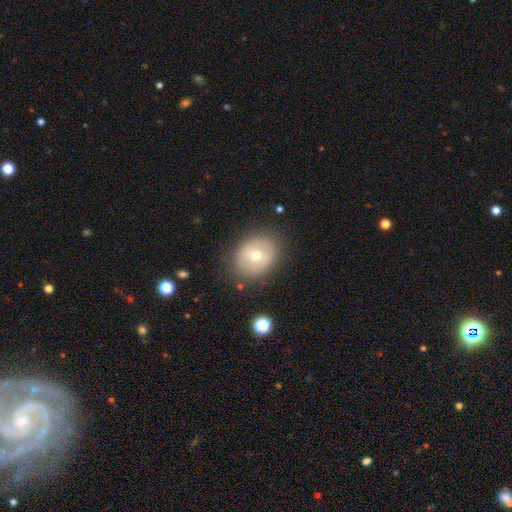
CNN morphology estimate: Overall: smooth (61%; featured or disk 30%). How rounded: round (55%; in between 44%). Merging: none (81%).